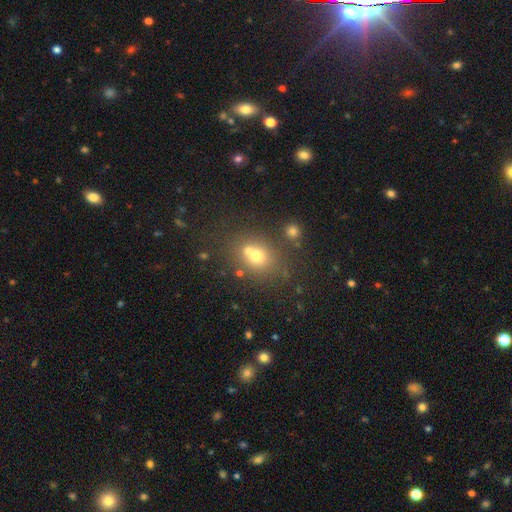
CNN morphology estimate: smooth-or-featured: smooth: 63% | star or artifact: 19% | featured or disk: 18%
  how-rounded: round: 61% | in between: 38% | cigar-shaped: 1%
  merging: none: 49% | merger: 37% | minor disturbance: 10% | major disturbance: 5%